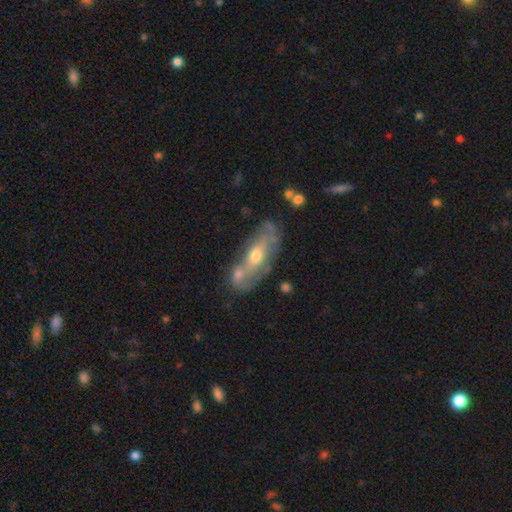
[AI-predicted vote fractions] Smooth or featured: featured or disk — 55% (smooth — 38%)
Edge-on disk: no — 76% (yes — 24%)
Merging: none — 47% (merger — 24%)